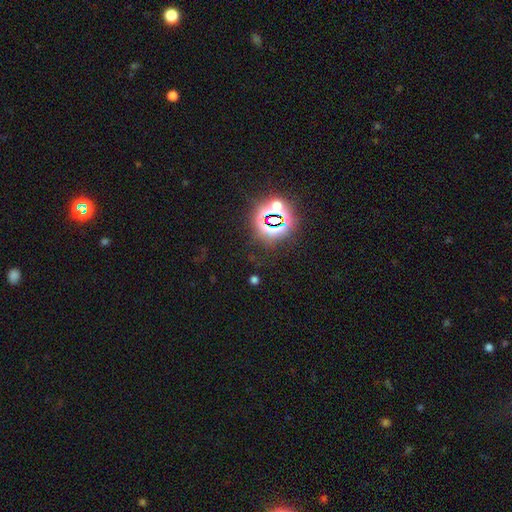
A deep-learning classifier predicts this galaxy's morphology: smooth_or_featured: star or artifact (p=0.81) [alt: smooth p=0.12]